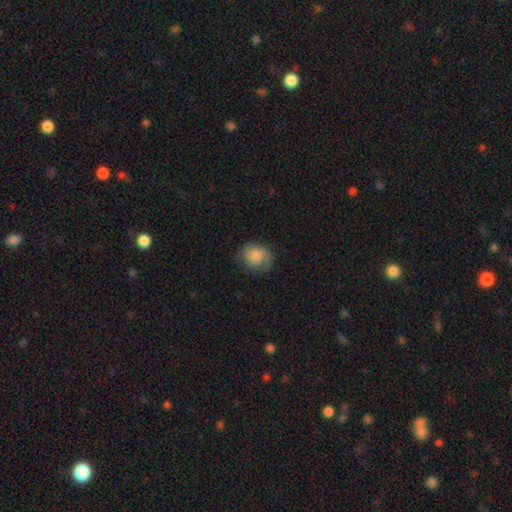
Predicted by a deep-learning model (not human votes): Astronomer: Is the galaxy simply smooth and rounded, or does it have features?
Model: smooth — 68%.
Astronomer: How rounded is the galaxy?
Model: round — 67%.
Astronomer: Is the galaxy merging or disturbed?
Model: none — 63%.